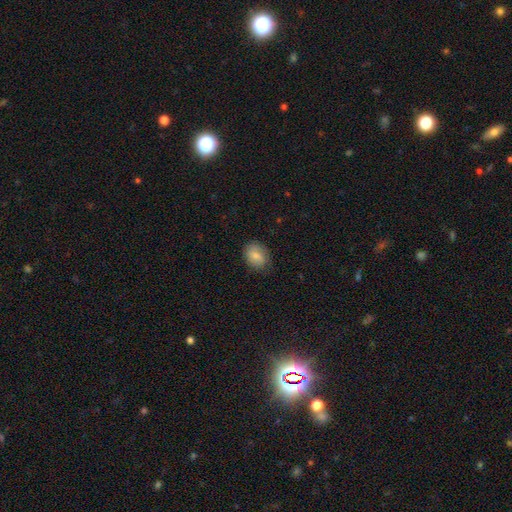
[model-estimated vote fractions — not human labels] The model was most divided on "how rounded": in between: 62%, round: 37%, cigar-shaped: 1%. More confident: smooth or featured — smooth (80%); merging — none (76%).